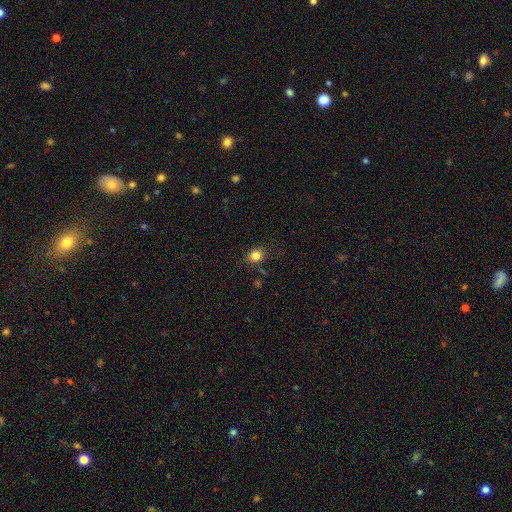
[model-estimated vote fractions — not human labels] A smooth galaxy with no disk features (82%) that is round (72%).

Vote fractions:
- Smooth or featured? smooth: 82% / star or artifact: 12% / featured or disk: 6%
- How rounded? round: 72% / in between: 27% / cigar-shaped: 1%
- Merging? none: 83% / minor disturbance: 11% / major disturbance: 3% / merger: 3%